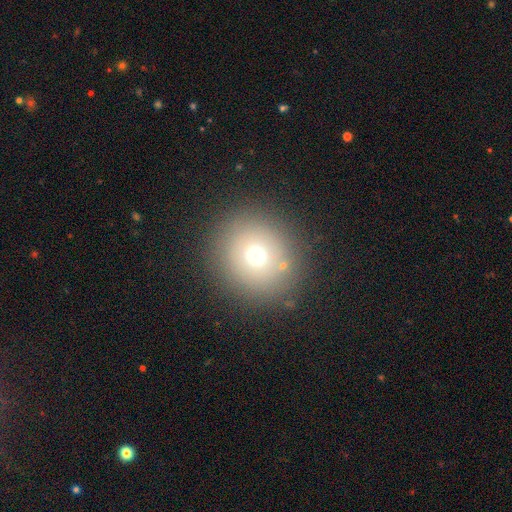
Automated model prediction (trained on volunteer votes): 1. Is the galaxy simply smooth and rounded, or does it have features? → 69% smooth, 16% star or artifact, 15% featured or disk.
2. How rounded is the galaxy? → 88% round, 11% in between, 1% cigar-shaped.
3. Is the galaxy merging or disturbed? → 85% none, 8% minor disturbance, 4% major disturbance, 3% merger.